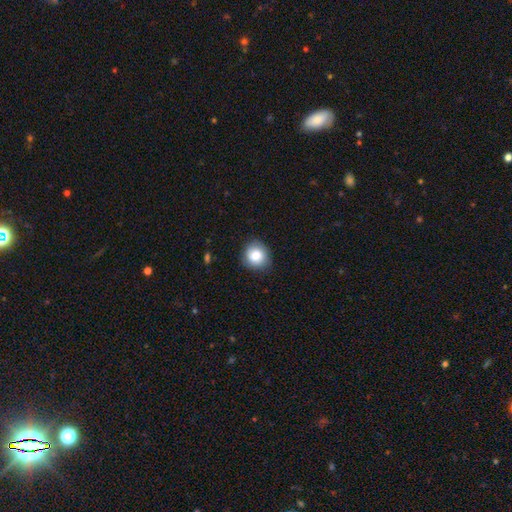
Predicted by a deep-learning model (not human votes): This is clearly a smooth galaxy (83%). How rounded: clearly round (85%). Merging: clearly none (84%).